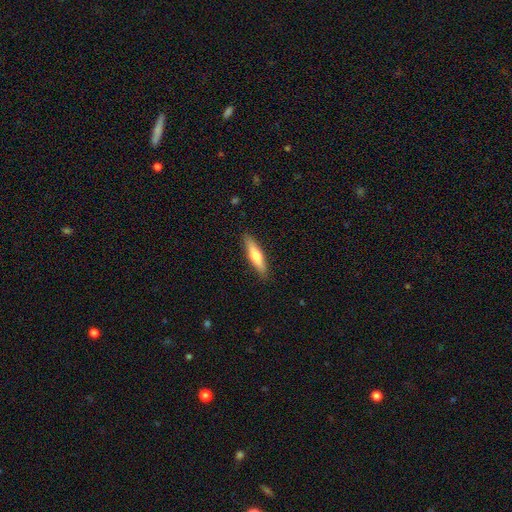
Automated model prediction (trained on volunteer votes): Morphology: type=smooth (62%); roundness=cigar-shaped (78%); merging=none (89%).